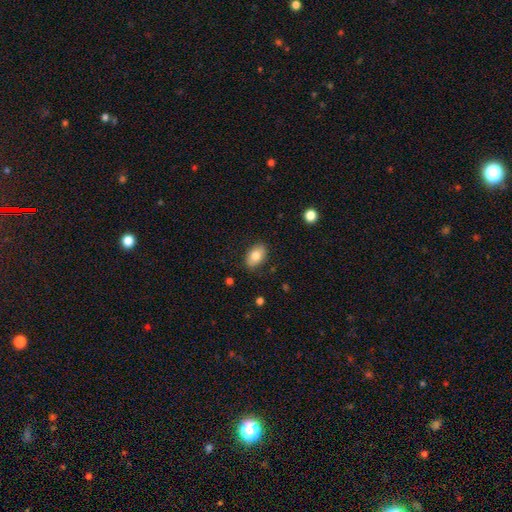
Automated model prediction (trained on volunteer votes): This is likely a smooth galaxy (79%). How rounded: clearly in between (88%). Merging: clearly none (85%).